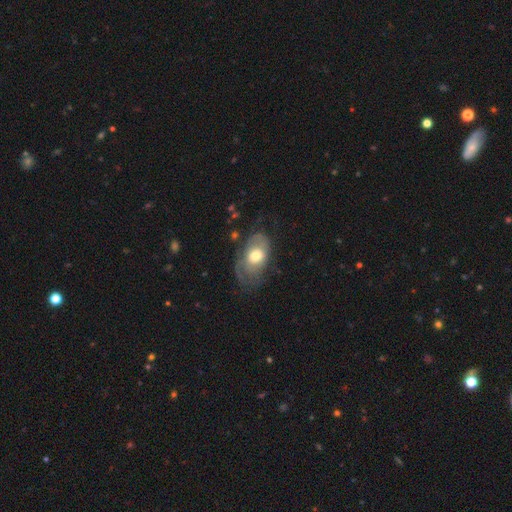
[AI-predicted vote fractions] This appears to be a smooth galaxy with no disk features (48%). Merging: none (44%).